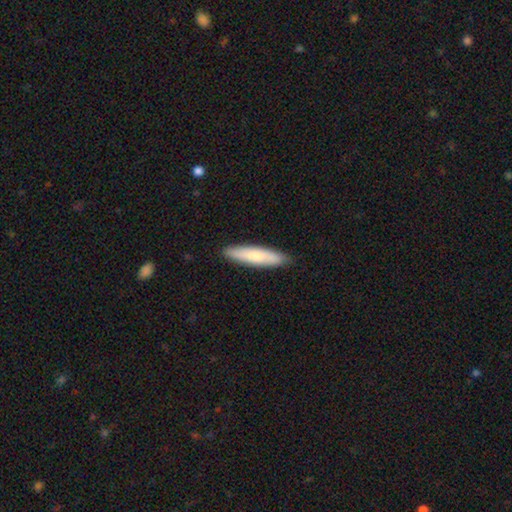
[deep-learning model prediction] Smooth or featured? smooth (77%)
How rounded? cigar-shaped (83%)
Merging? none (90%)